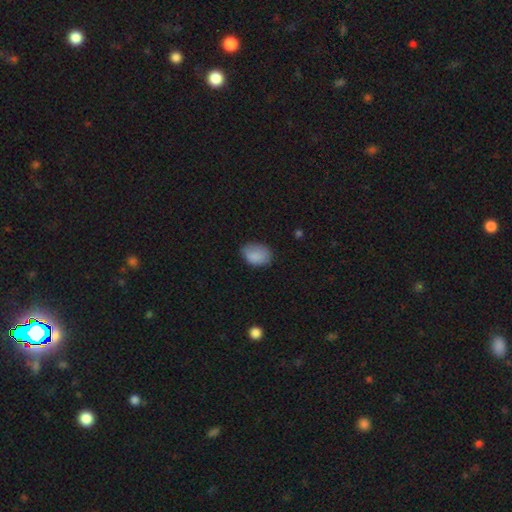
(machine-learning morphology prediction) A smooth galaxy with no disk features (86%) that is in between round and cigar-shaped (81%).

Vote fractions:
- Smooth or featured? smooth: 86% / star or artifact: 8% / featured or disk: 6%
- How rounded? in between: 81% / round: 18% / cigar-shaped: 1%
- Merging? none: 70% / minor disturbance: 24% / major disturbance: 5% / merger: 1%